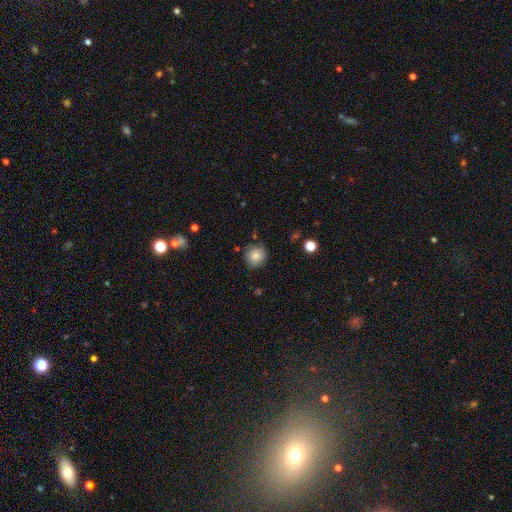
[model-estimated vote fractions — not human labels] Smooth or featured?
  - smooth: 76% *
  - featured or disk: 14%
  - star or artifact: 10%
How rounded?
  - round: 91% *
  - in between: 8%
  - cigar-shaped: 1%
Merging?
  - none: 81% *
  - minor disturbance: 14%
  - major disturbance: 3%
  - merger: 2%